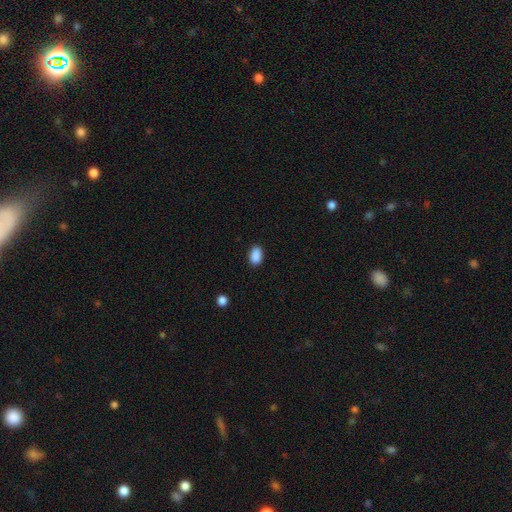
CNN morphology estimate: smooth 89%, star or artifact 8%, featured or disk 3%. Down the decision tree: how rounded — in between (88%); merging — none (87%).